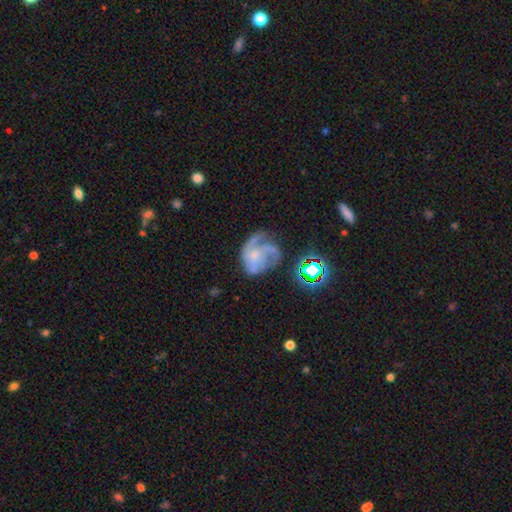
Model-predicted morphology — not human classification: Q: Smooth or featured?
A: featured or disk (67%); runner-up: smooth (21%)
Q: Edge-on disk?
A: no (98%); runner-up: yes (2%)
Q: Bar?
A: no (77%); runner-up: weak (20%)
Q: Spiral arms?
A: yes (81%); runner-up: no (19%)
Q: Spiral winding?
A: medium (43%); runner-up: loose (30%)
Q: Spiral arm count?
A: 3 (37%); runner-up: can't tell (23%)
Q: Bulge size?
A: small (45%); runner-up: none (29%)
Q: Merging?
A: none (37%); runner-up: major disturbance (34%)